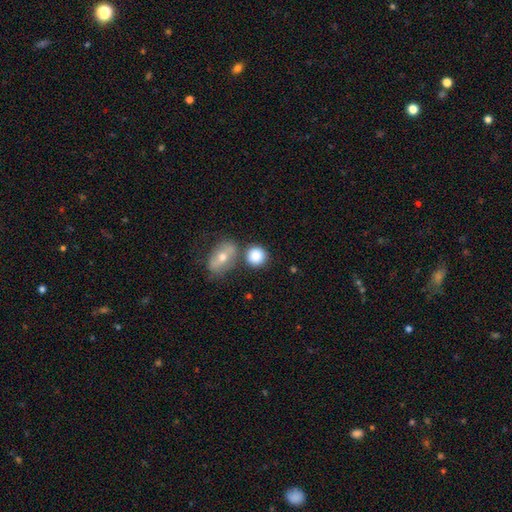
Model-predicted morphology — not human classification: The model was most divided on "merging": none: 65%, merger: 20%, minor disturbance: 11%, major disturbance: 4%. More confident: how rounded — round (83%); smooth or featured — smooth (83%).